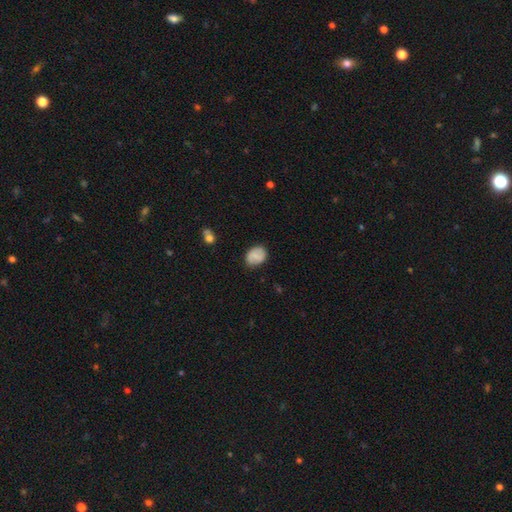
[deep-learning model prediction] A smooth galaxy with no disk features (67%) that is in between round and cigar-shaped (63%).

Vote fractions:
- Smooth or featured? smooth: 67% / featured or disk: 25% / star or artifact: 8%
- How rounded? in between: 63% / round: 36% / cigar-shaped: 1%
- Merging? none: 78% / minor disturbance: 17% / major disturbance: 4% / merger: 2%